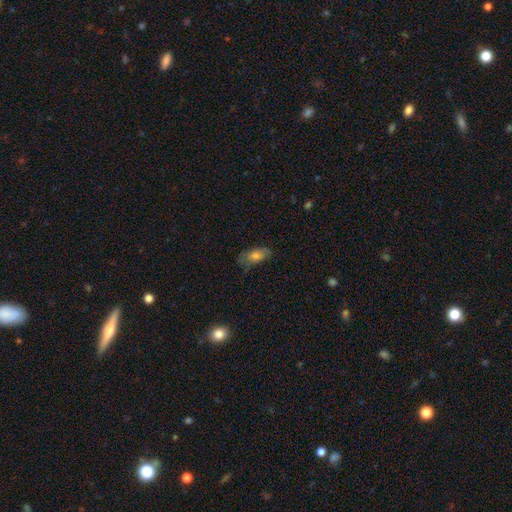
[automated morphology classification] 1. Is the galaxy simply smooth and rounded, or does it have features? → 68% smooth, 22% featured or disk, 10% star or artifact.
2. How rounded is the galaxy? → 85% in between, 9% cigar-shaped, 5% round.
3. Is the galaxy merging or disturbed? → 61% none, 27% minor disturbance, 10% major disturbance, 2% merger.